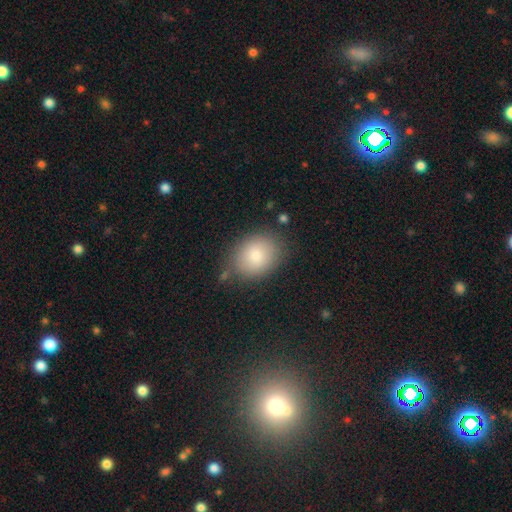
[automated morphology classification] Overall: smooth (82%). How rounded: in between (57%; round 42%). Merging: none (76%).